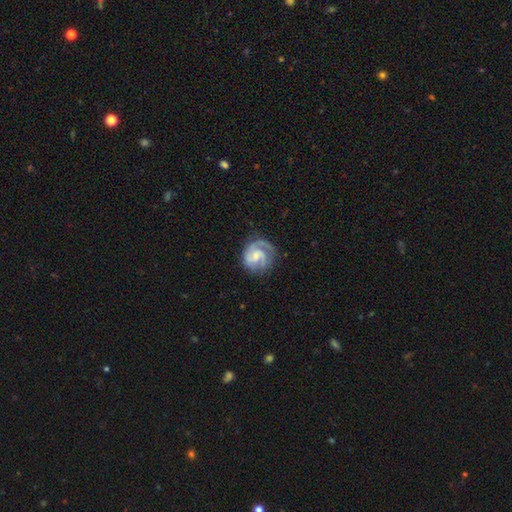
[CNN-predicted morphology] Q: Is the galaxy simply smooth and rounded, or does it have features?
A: featured or disk — 80%.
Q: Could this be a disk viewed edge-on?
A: no — 98%.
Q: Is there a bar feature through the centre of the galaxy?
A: no — 52%.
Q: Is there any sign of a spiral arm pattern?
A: yes — 95%.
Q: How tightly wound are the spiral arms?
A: tight — 48%.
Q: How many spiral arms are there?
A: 2 — 43%.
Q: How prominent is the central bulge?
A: small — 53%.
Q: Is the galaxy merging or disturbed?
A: none — 65%.